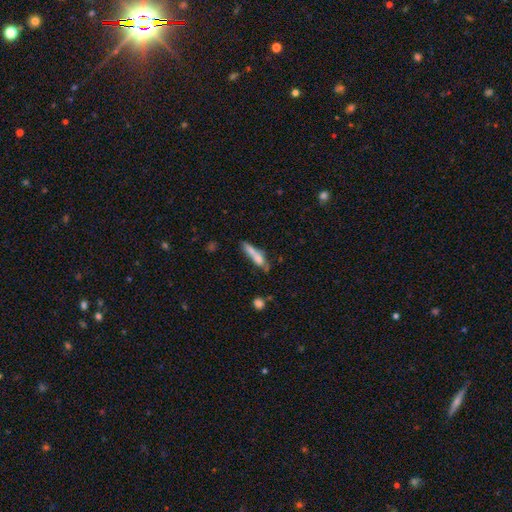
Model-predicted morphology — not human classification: type=smooth (64%); roundness=cigar-shaped (80%); merging=none (44%).